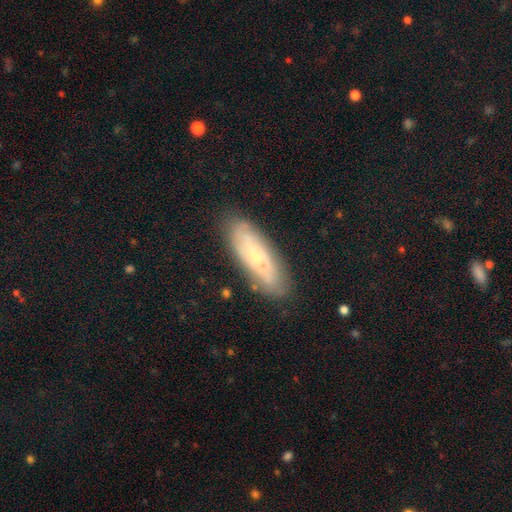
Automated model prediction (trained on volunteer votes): smooth_or_featured: featured or disk (p=0.51) [alt: smooth p=0.41]
disk_edge_on: no (p=0.74) [alt: yes p=0.26]
merging: none (p=0.82) [alt: minor disturbance p=0.13]